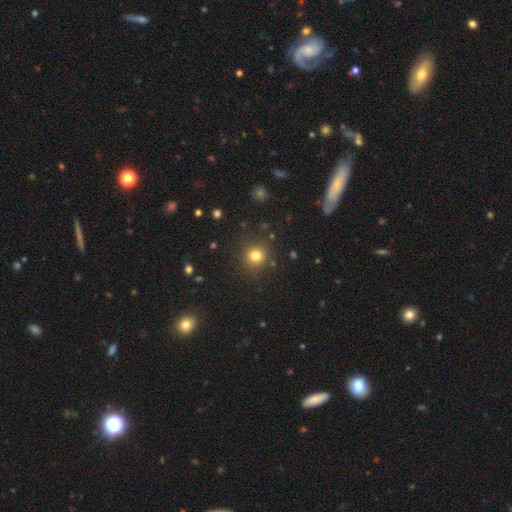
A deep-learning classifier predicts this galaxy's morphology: Smooth or featured? smooth (79%)
How rounded? round (93%)
Merging? none (88%)